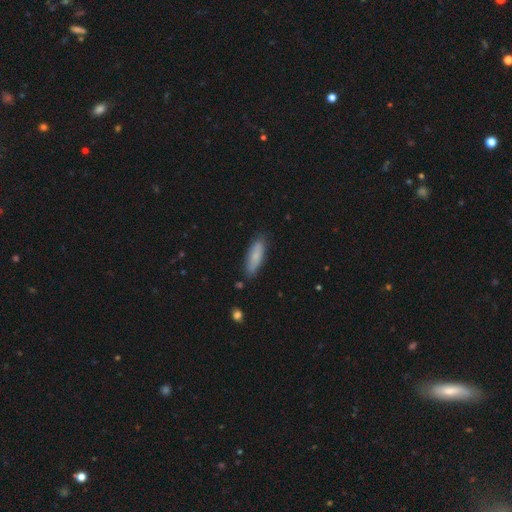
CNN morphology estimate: Smooth or featured: smooth — 78% (featured or disk — 16%)
How rounded: cigar-shaped — 51% (in between — 47%)
Merging: none — 81% (minor disturbance — 15%)